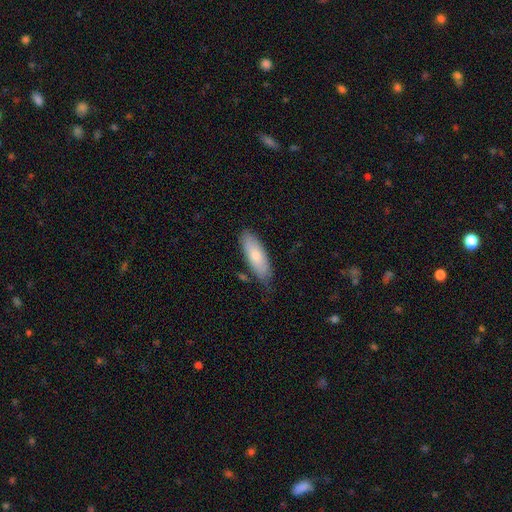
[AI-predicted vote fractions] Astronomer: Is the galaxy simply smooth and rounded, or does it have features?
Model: smooth — 76%.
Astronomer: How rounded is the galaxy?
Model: in between — 68%.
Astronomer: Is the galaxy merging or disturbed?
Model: none — 73%.